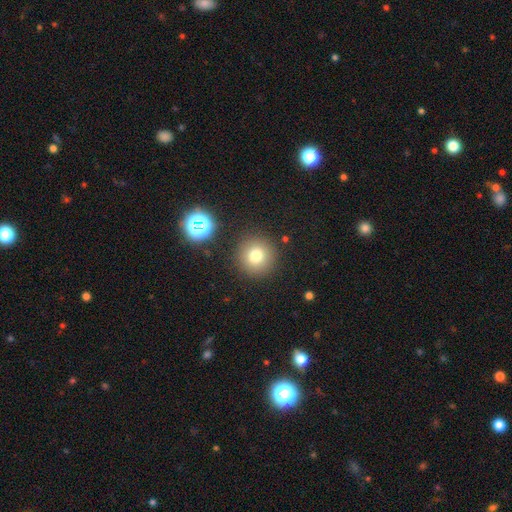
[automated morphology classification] type=smooth (76%); roundness=round (94%); merging=none (88%).